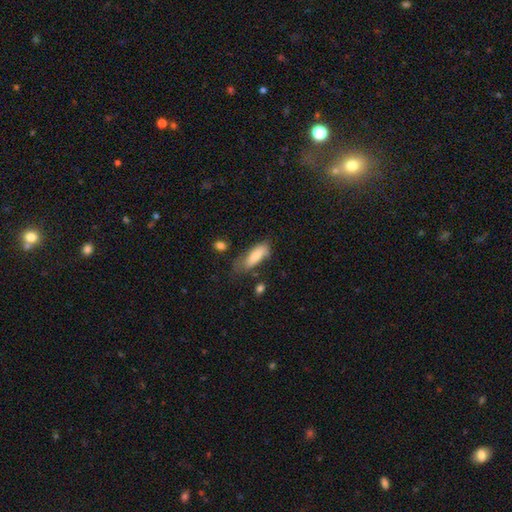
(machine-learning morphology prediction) Smooth or featured?
  - smooth: 78% *
  - featured or disk: 15%
  - star or artifact: 6%
How rounded?
  - in between: 61% *
  - cigar-shaped: 37%
  - round: 2%
Merging?
  - none: 55% *
  - minor disturbance: 30%
  - major disturbance: 10%
  - merger: 5%